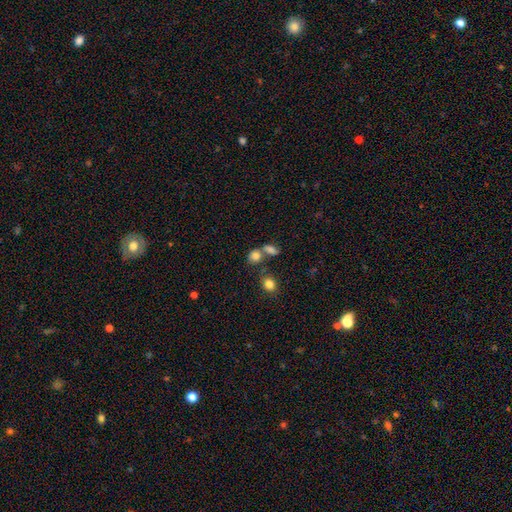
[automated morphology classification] A smooth galaxy with no disk features (81%) that is round (59%).

Vote fractions:
- Smooth or featured? smooth: 81% / star or artifact: 12% / featured or disk: 8%
- How rounded? round: 59% / in between: 39% / cigar-shaped: 2%
- Merging? none: 47% / merger: 36% / minor disturbance: 12% / major disturbance: 5%